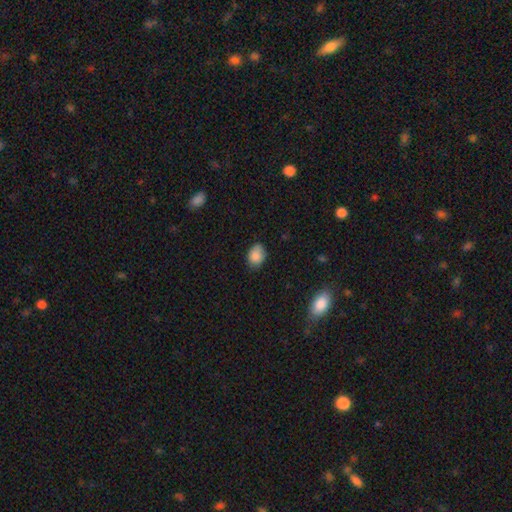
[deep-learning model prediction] Morphology: type=smooth (86%); roundness=in between (64%); merging=none (71%).